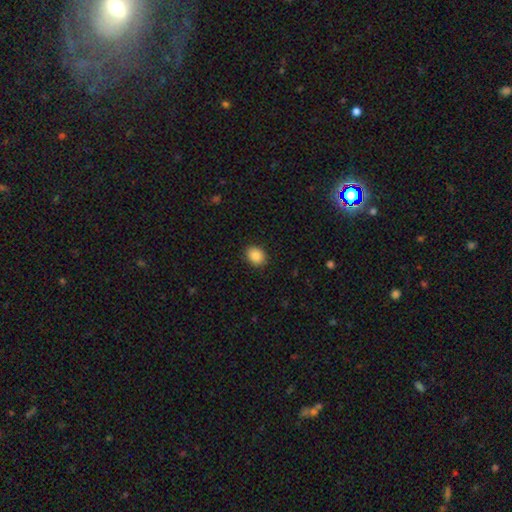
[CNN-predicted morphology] smooth_or_featured: smooth (p=0.88) [alt: star or artifact p=0.08]
how_rounded: in between (p=0.55) [alt: round p=0.44]
merging: none (p=0.90) [alt: minor disturbance p=0.07]